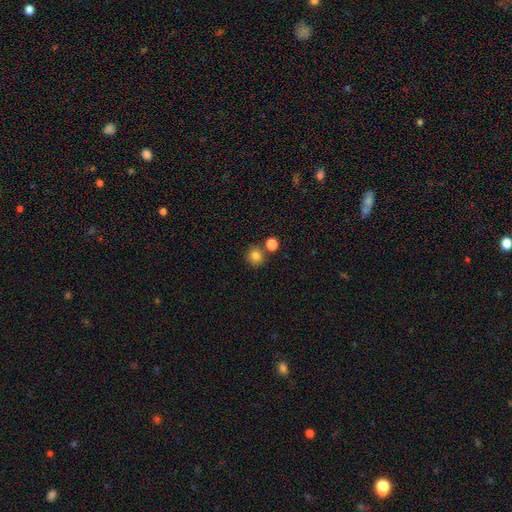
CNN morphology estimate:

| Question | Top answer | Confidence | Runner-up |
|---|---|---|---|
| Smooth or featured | smooth | 83% | star or artifact (12%) |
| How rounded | round | 87% | in between (12%) |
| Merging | none | 74% | merger (15%) |